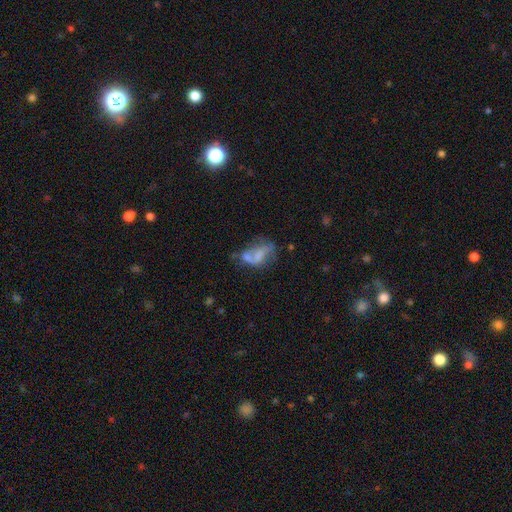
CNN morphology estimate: Smooth or featured? featured or disk (49%)
Merging? merger (30%)